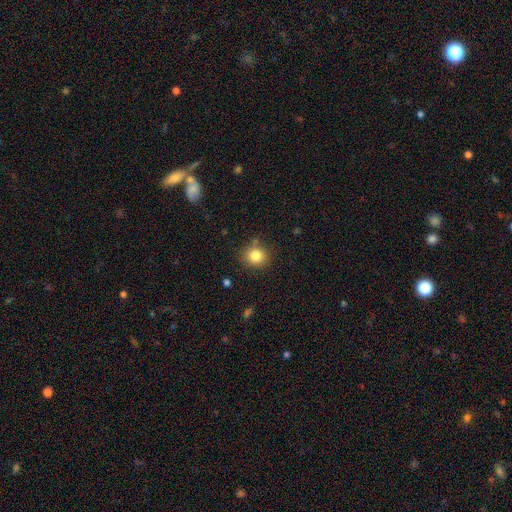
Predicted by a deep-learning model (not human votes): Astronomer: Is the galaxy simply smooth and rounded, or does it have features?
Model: smooth — 83%.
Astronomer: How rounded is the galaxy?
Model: round — 84%.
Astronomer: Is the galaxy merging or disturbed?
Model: none — 83%.